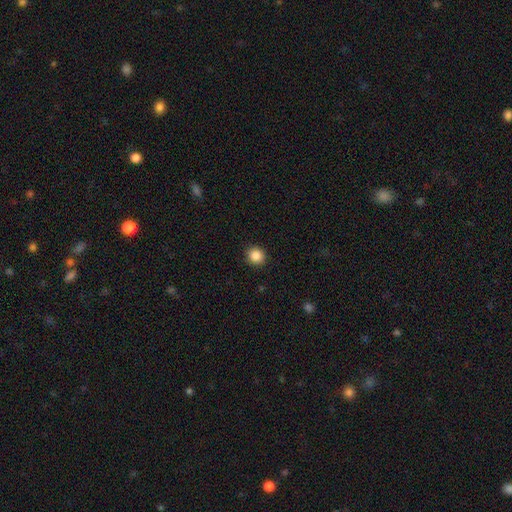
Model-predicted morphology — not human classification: Overall: smooth (87%). How rounded: round (85%). Merging: none (91%).